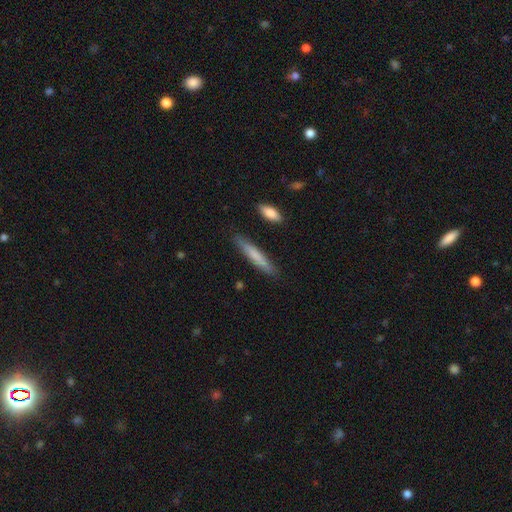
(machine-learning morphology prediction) Q: Smooth or featured?
A: smooth (72%); runner-up: featured or disk (22%)
Q: How rounded?
A: cigar-shaped (91%); runner-up: in between (7%)
Q: Merging?
A: none (87%); runner-up: minor disturbance (10%)